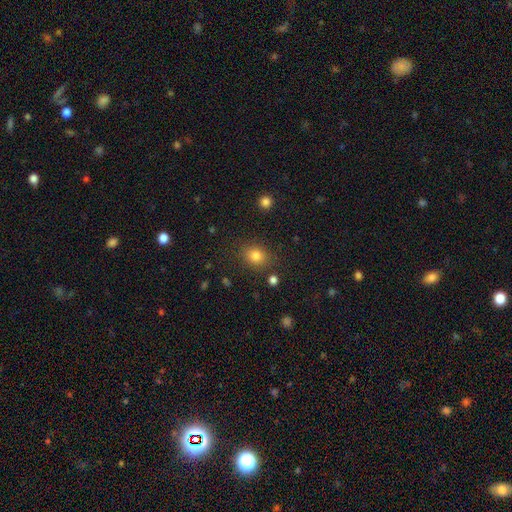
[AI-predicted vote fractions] A smooth galaxy with no disk features (81%) that is round (56%).

Vote fractions:
- Smooth or featured? smooth: 81% / star or artifact: 12% / featured or disk: 7%
- How rounded? round: 56% / in between: 43% / cigar-shaped: 1%
- Merging? none: 82% / minor disturbance: 11% / major disturbance: 4% / merger: 3%